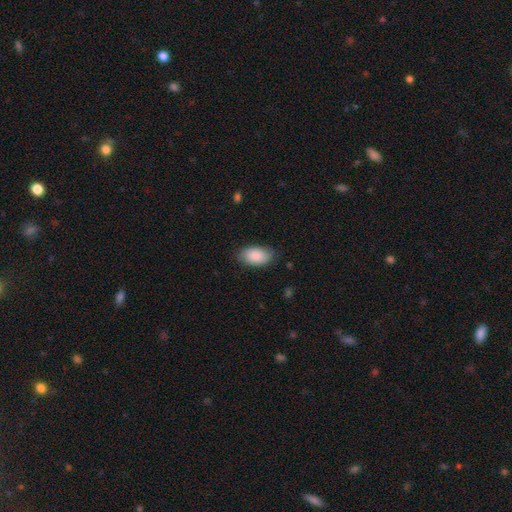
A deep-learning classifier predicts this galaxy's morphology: smooth 87%, featured or disk 7%, star or artifact 6%. Down the decision tree: how rounded — in between (94%); merging — none (80%).